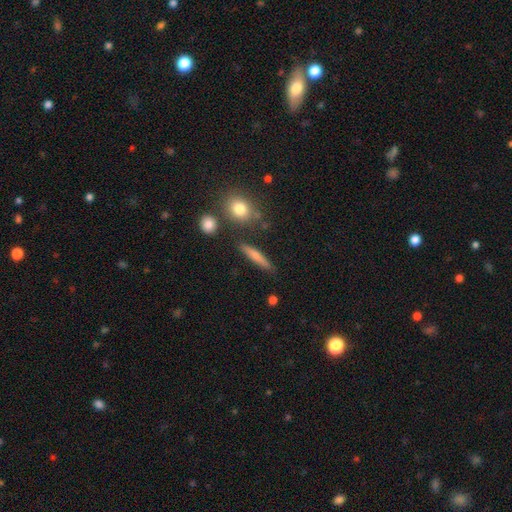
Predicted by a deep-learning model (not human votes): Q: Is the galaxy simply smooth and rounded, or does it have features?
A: smooth — 66%.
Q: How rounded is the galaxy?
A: cigar-shaped — 85%.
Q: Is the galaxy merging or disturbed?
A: none — 83%.